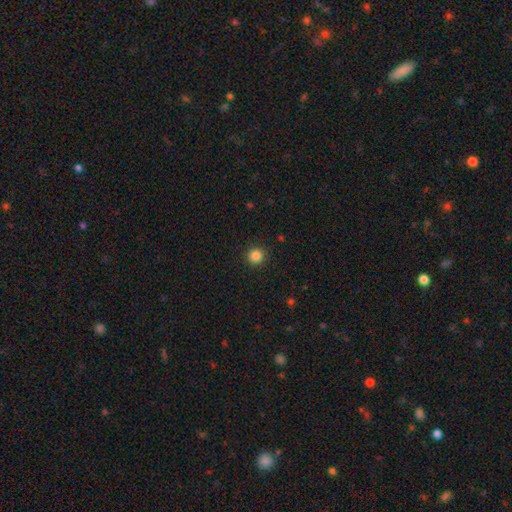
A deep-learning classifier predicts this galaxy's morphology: Smooth or featured? smooth (85%)
How rounded? round (93%)
Merging? none (91%)